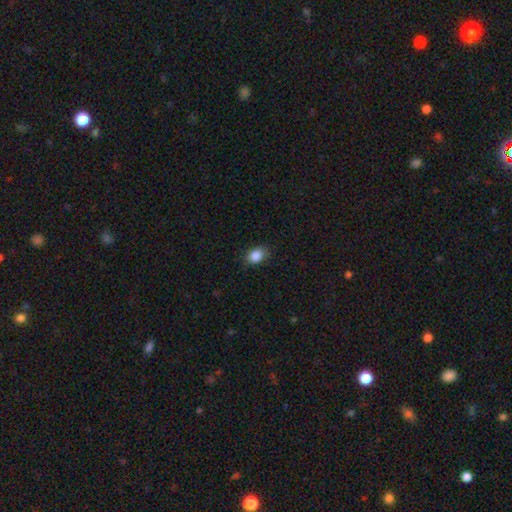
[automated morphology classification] smooth-or-featured: smooth: 87% | star or artifact: 9% | featured or disk: 4%
  how-rounded: in between: 67% | round: 31% | cigar-shaped: 1%
  merging: none: 80% | minor disturbance: 16% | major disturbance: 3% | merger: 1%